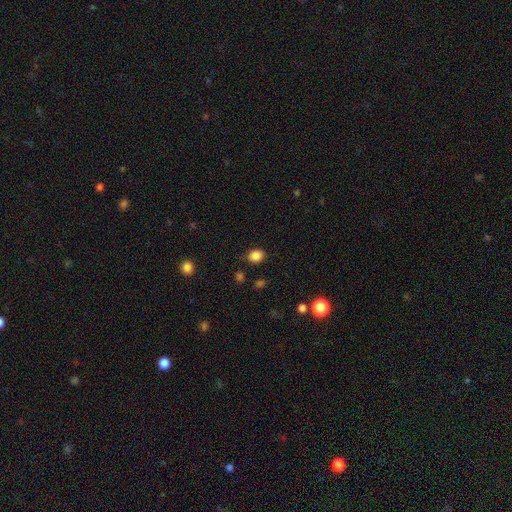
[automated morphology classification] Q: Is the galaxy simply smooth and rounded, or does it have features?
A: smooth — 85%.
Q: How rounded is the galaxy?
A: round — 57%.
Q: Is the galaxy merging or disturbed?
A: none — 84%.